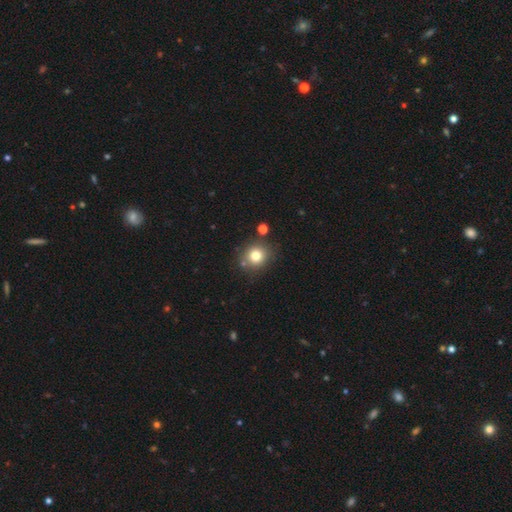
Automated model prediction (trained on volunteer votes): This is likely a smooth galaxy (79%). How rounded: clearly round (86%). Merging: likely none (78%).